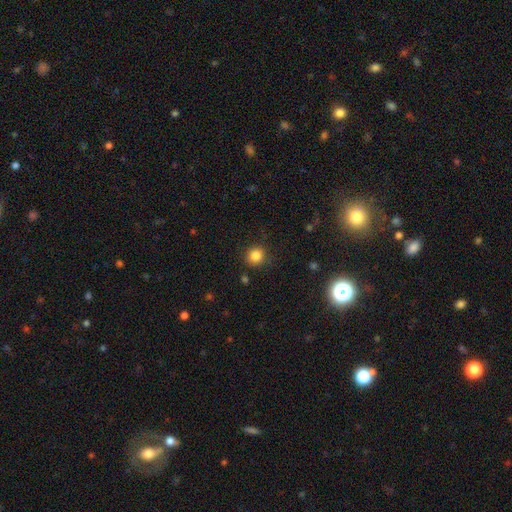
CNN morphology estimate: Smooth or featured? smooth (84%)
How rounded? round (90%)
Merging? none (87%)